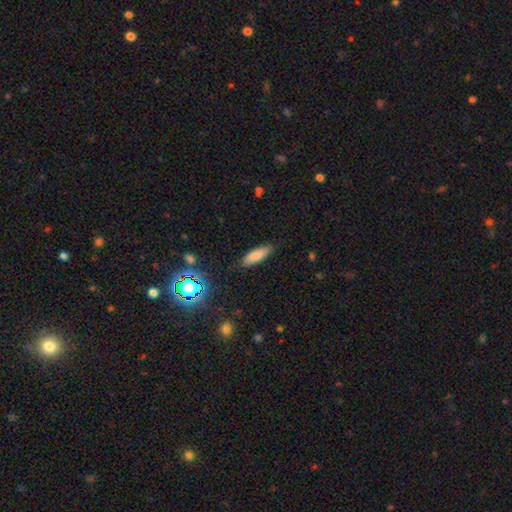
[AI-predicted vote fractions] Smooth or featured? smooth (81%)
How rounded? in between (53%)
Merging? none (84%)